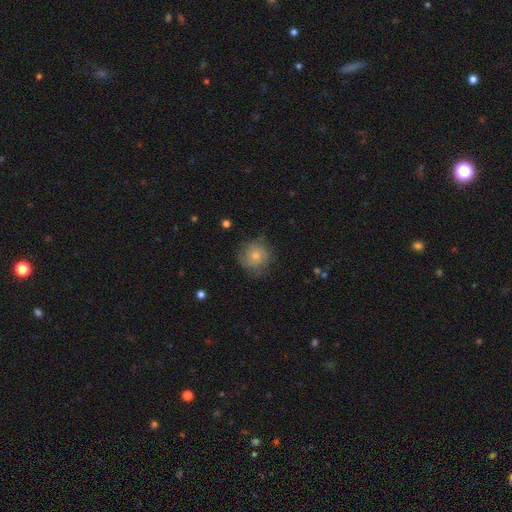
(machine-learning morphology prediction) Q: Smooth or featured?
A: smooth (65%); runner-up: featured or disk (26%)
Q: How rounded?
A: round (89%); runner-up: in between (10%)
Q: Merging?
A: none (69%); runner-up: minor disturbance (21%)